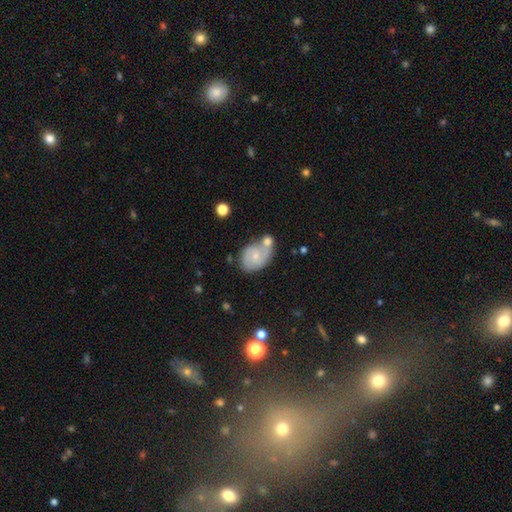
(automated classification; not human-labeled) This is likely a featured or disk galaxy (62%). It is clearly not viewed edge-on (97%). Bar: likely no (63%). Spiral arm pattern: clearly yes (86%). Spiral arm count: likely 2 (70%). Spiral winding: marginally medium (44%). Central bulge: likely small (67%). Merging: marginally none (43%).